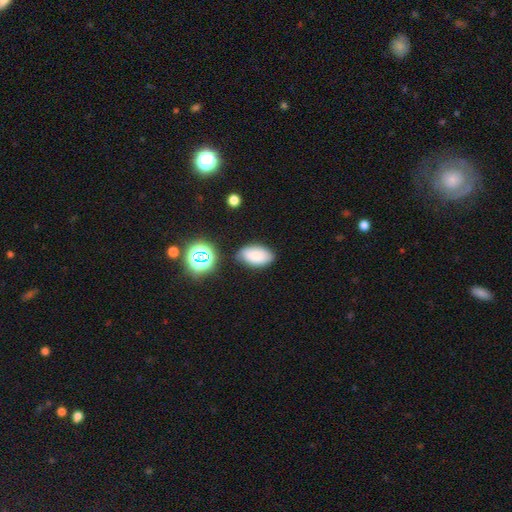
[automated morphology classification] type=smooth (82%); roundness=in between (93%); merging=none (78%).